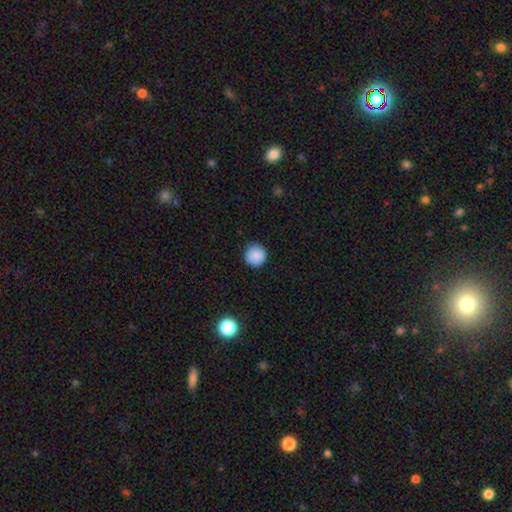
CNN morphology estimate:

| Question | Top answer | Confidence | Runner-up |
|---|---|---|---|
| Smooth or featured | smooth | 88% | star or artifact (9%) |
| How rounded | round | 95% | in between (4%) |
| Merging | none | 89% | minor disturbance (8%) |